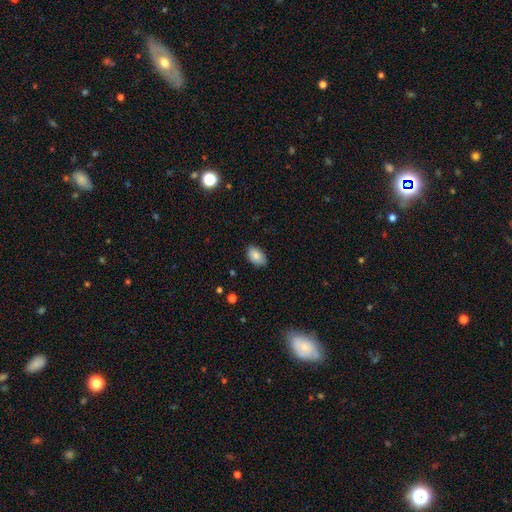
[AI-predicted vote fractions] Morphology: type=smooth (86%); roundness=in between (92%); merging=none (84%).